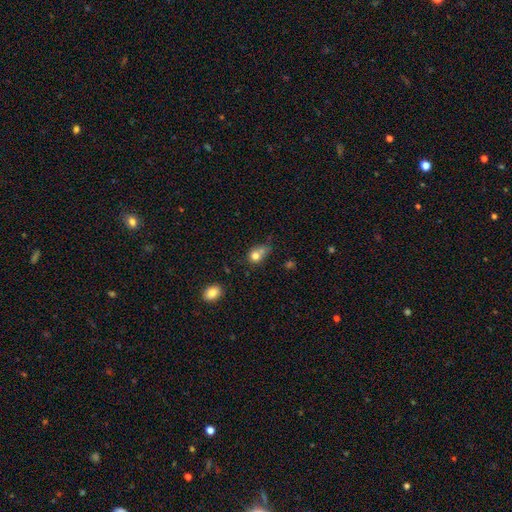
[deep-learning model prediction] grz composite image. It shows a smooth galaxy with no disk features (77%) that is round (59%). Merging: none (33%).